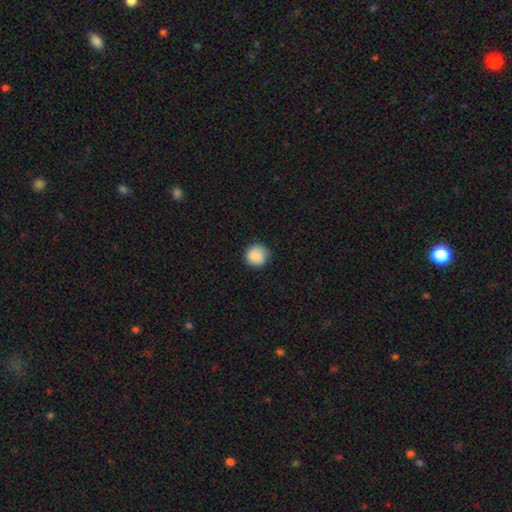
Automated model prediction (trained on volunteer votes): This appears to be a smooth galaxy with no disk features (88%) that is round (94%). Merging: none (88%).